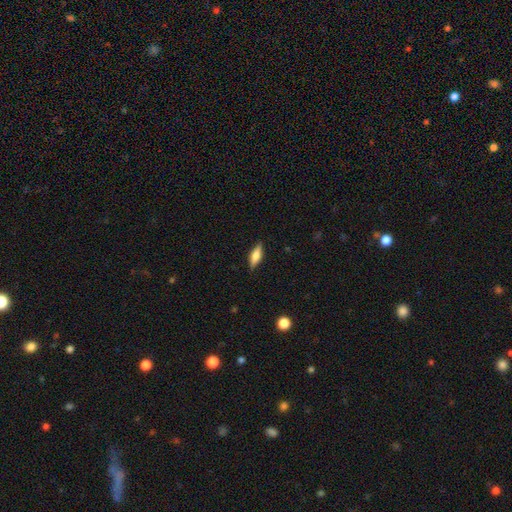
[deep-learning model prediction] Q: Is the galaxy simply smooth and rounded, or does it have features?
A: smooth — 63%.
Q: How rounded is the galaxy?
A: in between — 54%.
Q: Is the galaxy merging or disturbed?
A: none — 86%.